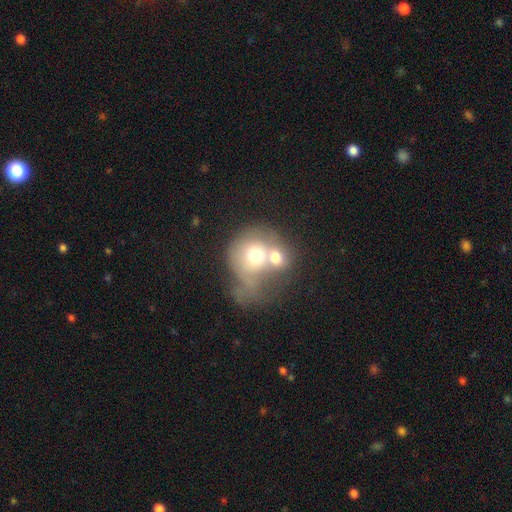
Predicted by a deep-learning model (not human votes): Overall: smooth (59%; featured or disk 30%). How rounded: round (71%). Merging: merger (68%).